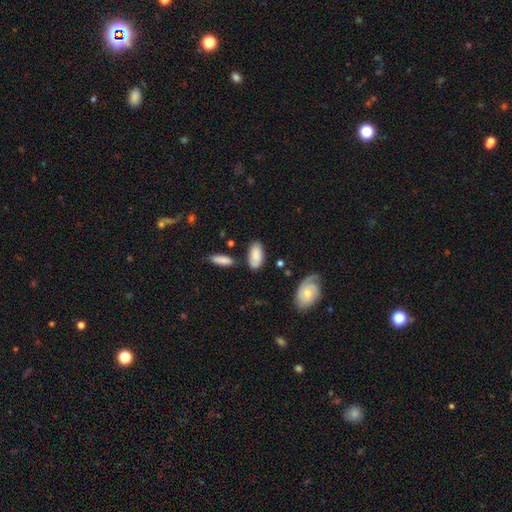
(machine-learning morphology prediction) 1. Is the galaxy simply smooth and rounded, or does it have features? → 82% smooth, 12% featured or disk, 7% star or artifact.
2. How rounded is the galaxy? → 93% in between, 4% cigar-shaped, 3% round.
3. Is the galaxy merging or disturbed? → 69% none, 18% minor disturbance, 8% merger, 5% major disturbance.